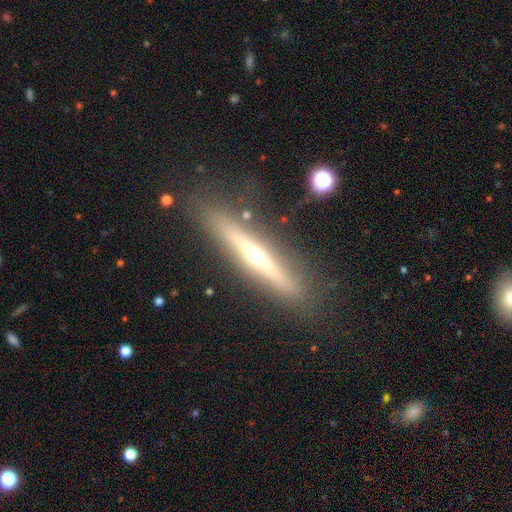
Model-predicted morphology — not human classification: Smooth or featured?
  - featured or disk: 71% *
  - smooth: 22%
  - star or artifact: 7%
Edge-on disk?
  - yes: 95% *
  - no: 5%
Edge-on bulge?
  - rounded: 84% *
  - none: 13%
  - boxy: 3%
Merging?
  - none: 85% *
  - minor disturbance: 10%
  - major disturbance: 3%
  - merger: 2%